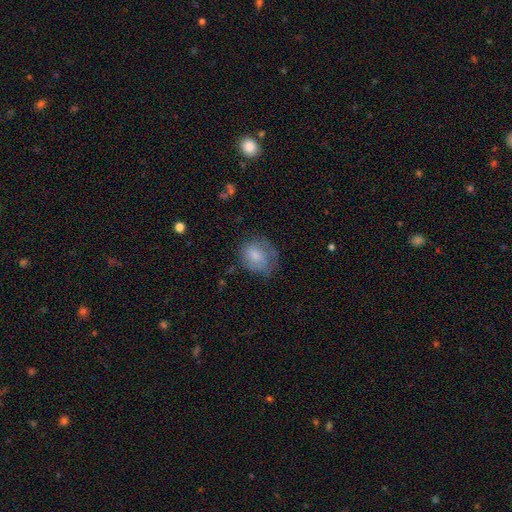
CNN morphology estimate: Smooth or featured: smooth — 75% (featured or disk — 17%)
How rounded: round — 58% (in between — 41%)
Merging: none — 56% (minor disturbance — 29%)